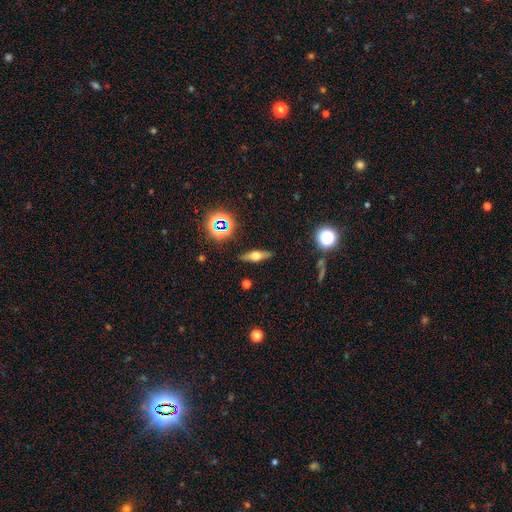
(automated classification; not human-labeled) Smooth or featured? Predicted: featured or disk (p=0.46). Merging? Predicted: none (p=0.87).